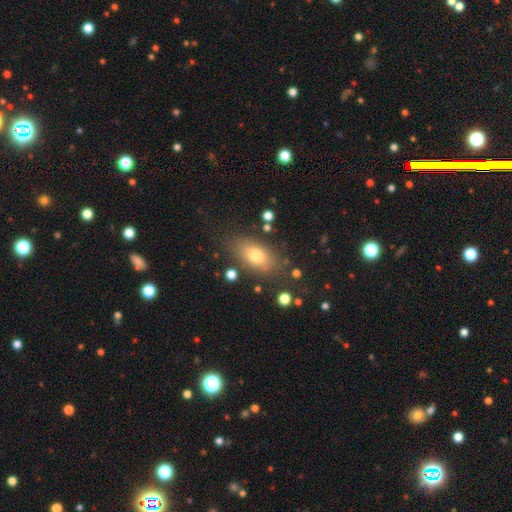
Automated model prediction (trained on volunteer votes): A smooth galaxy with no disk features (73%) that is in between round and cigar-shaped (84%).

Vote fractions:
- Smooth or featured? smooth: 73% / featured or disk: 16% / star or artifact: 11%
- How rounded? in between: 84% / round: 11% / cigar-shaped: 5%
- Merging? none: 78% / minor disturbance: 13% / major disturbance: 5% / merger: 4%